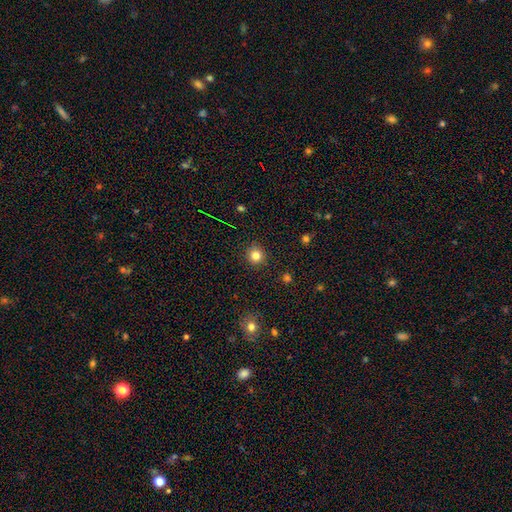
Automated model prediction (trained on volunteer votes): This appears to be a smooth galaxy with no disk features (82%) that is round (93%). Merging: none (91%).